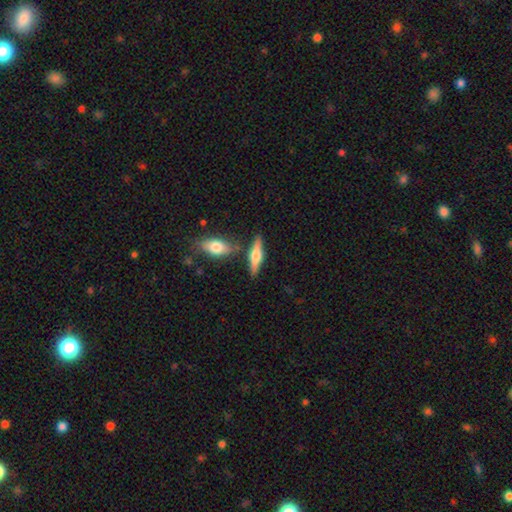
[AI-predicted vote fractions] Smooth or featured? Predicted: featured or disk (p=0.57). Edge-on disk? Predicted: yes (p=0.95). Edge-on bulge? Predicted: rounded (p=0.92). Merging? Predicted: none (p=0.77).